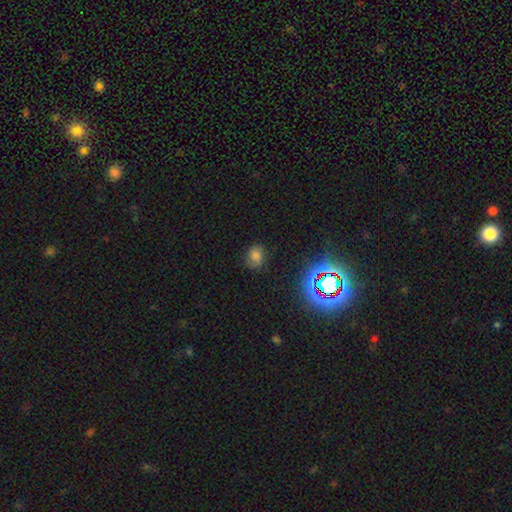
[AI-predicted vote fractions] smooth-or-featured: smooth: 69% | star or artifact: 22% | featured or disk: 9%
  how-rounded: round: 57% | in between: 42% | cigar-shaped: 1%
  merging: none: 74% | minor disturbance: 19% | major disturbance: 6% | merger: 2%